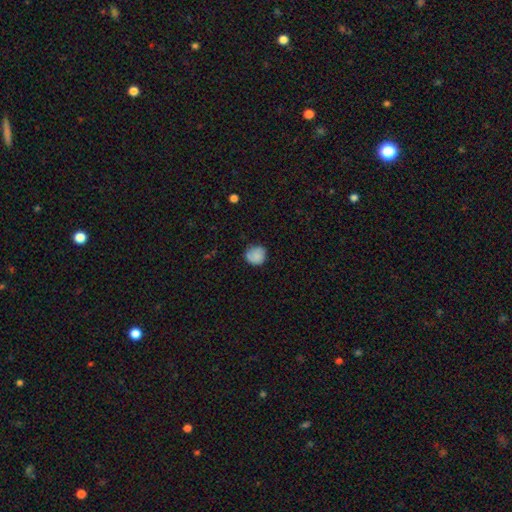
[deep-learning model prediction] The model was most divided on "merging": none: 70%, minor disturbance: 23%, major disturbance: 6%, merger: 2%. More confident: how rounded — round (83%); smooth or featured — smooth (79%).